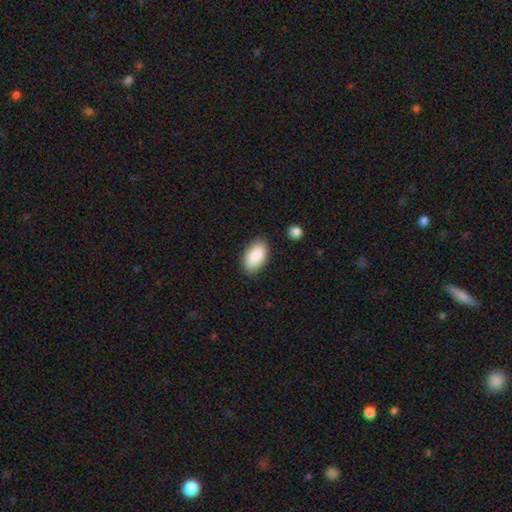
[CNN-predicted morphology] smooth_or_featured: smooth (p=0.89) [alt: star or artifact p=0.06]
how_rounded: in between (p=0.94) [alt: round p=0.03]
merging: none (p=0.84) [alt: minor disturbance p=0.12]